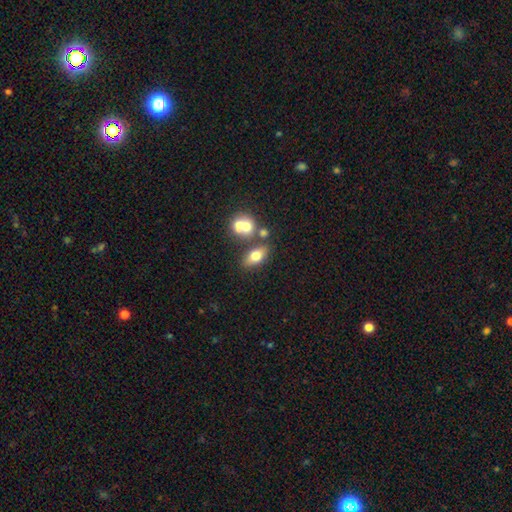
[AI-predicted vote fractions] Smooth or featured? Predicted: smooth (p=0.65). How rounded? Predicted: in between (p=0.78). Merging? Predicted: none (p=0.63).